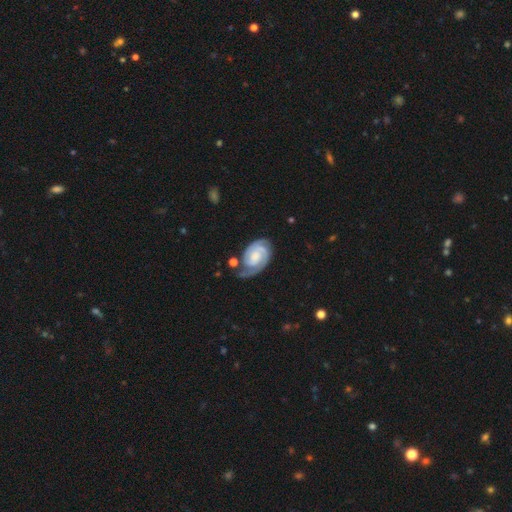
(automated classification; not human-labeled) Smooth or featured? featured or disk (84%)
Edge-on disk? no (97%)
Bar? no (60%)
Spiral arms? yes (97%)
Spiral winding? tight (63%)
Spiral arm count? 2 (60%)
Bulge size? moderate (31%)
Merging? none (53%)